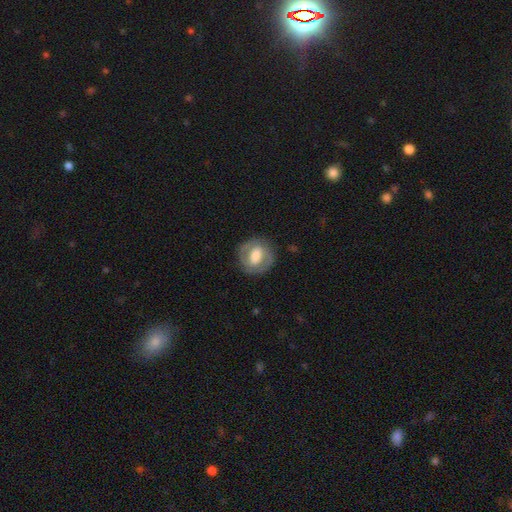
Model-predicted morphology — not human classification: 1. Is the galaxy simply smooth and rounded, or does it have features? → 50% featured or disk, 43% smooth, 6% star or artifact.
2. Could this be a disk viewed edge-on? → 95% no, 5% yes.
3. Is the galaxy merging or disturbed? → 81% none, 12% minor disturbance, 5% major disturbance, 1% merger.